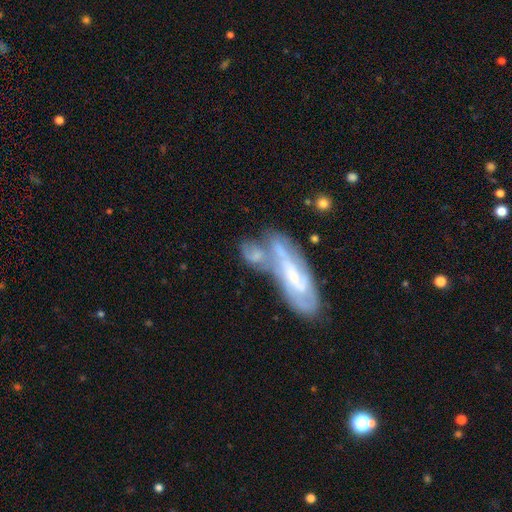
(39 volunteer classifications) This is likely a featured or disk galaxy (72%). It is clearly not viewed edge-on (86%). Bar: marginally weak (42%). Spiral arm pattern: clearly yes (88%). Spiral arm count: marginally 2 (33%, tied with can't tell). Spiral winding: marginally loose (43%). Central bulge: marginally small (42%). Merging: likely merger (63%).